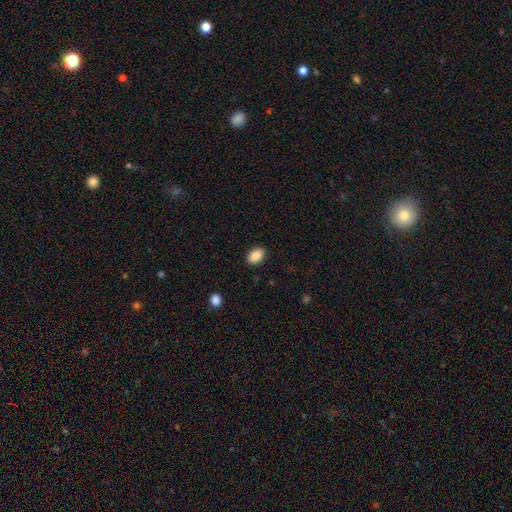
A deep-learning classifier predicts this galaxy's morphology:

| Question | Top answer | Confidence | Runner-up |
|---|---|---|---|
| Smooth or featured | smooth | 89% | star or artifact (8%) |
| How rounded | in between | 87% | round (12%) |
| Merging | none | 88% | minor disturbance (9%) |